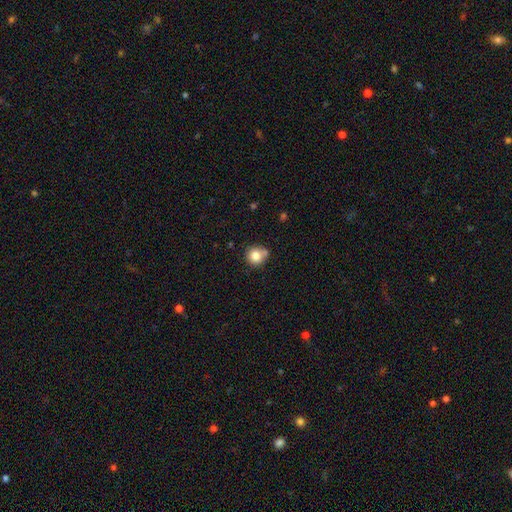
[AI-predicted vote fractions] Overall: smooth (81%). How rounded: round (89%). Merging: none (65%).